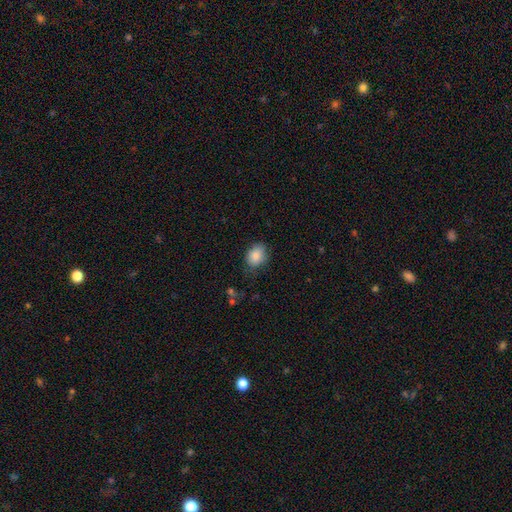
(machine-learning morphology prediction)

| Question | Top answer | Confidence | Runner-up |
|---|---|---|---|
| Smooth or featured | smooth | 86% | star or artifact (8%) |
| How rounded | in between | 69% | round (30%) |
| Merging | none | 72% | minor disturbance (21%) |